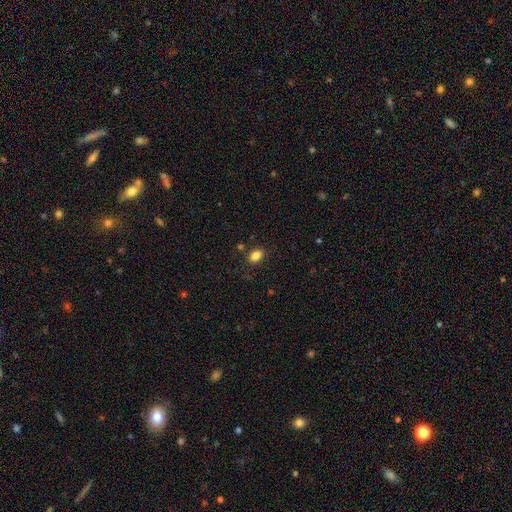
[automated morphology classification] smooth_or_featured: smooth (p=0.85) [alt: star or artifact p=0.10]
how_rounded: in between (p=0.82) [alt: round p=0.16]
merging: none (p=0.84) [alt: minor disturbance p=0.10]